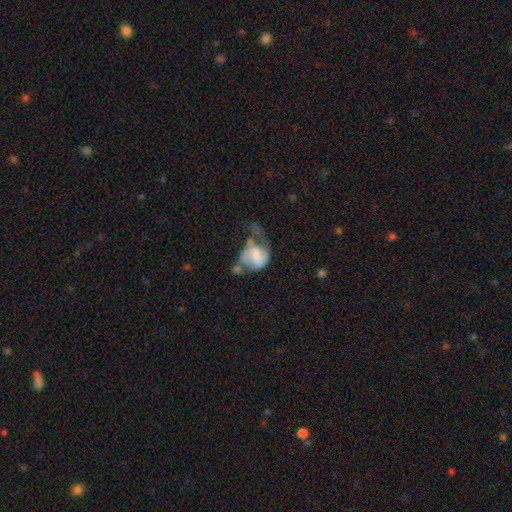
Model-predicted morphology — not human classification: A featured or disk galaxy (54%) with no bar (48%), spiral arms (74%) and a small central bulge (32%, tied with moderate).

Vote fractions:
- Smooth or featured? featured or disk: 54% / smooth: 38% / star or artifact: 7%
- Edge-on disk? no: 97% / yes: 3%
- Bar? no: 48% / weak: 39% / strong: 13%
- Spiral arms? yes: 74% / no: 26%
- Bulge size? small: 32% (tied) / moderate: 32% (tied) / none: 22% / large: 12% / dominant: 3%
- Merging? major disturbance: 42% / minor disturbance: 20% / none: 19% / merger: 19%